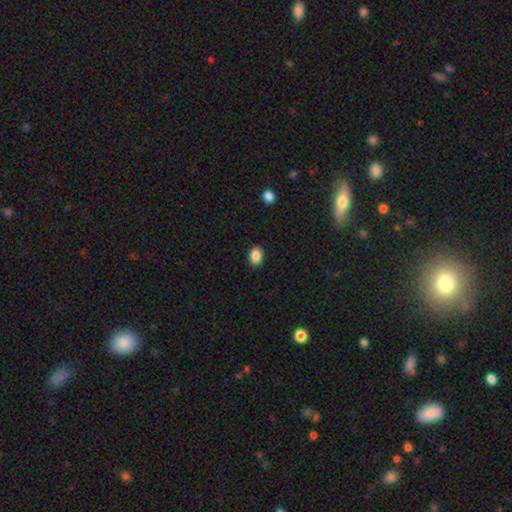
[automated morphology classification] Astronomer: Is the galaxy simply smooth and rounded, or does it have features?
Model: smooth — 88%.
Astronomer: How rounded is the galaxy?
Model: in between — 77%.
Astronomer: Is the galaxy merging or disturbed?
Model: none — 90%.